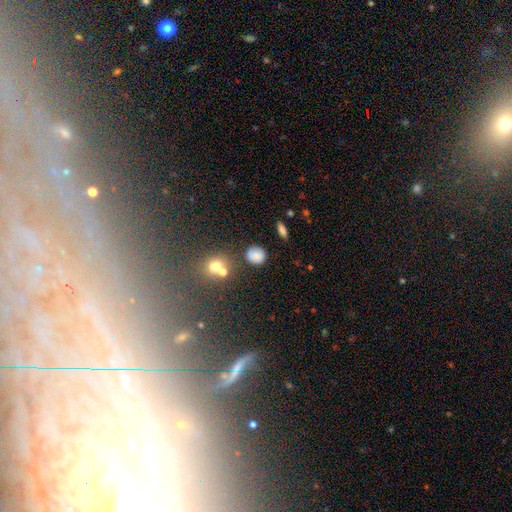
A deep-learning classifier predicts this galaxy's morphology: smooth 81%, star or artifact 12%, featured or disk 7%. Down the decision tree: how rounded — round (76%); merging — none (78%).